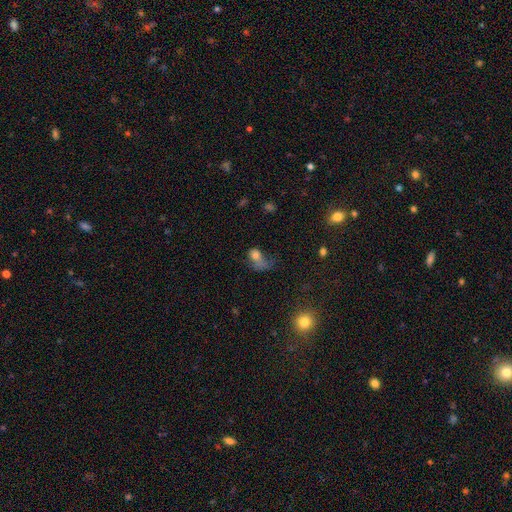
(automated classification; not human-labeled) smooth-or-featured: smooth: 65% | featured or disk: 21% | star or artifact: 14%
  how-rounded: in between: 63% | round: 34% | cigar-shaped: 3%
  merging: major disturbance: 52% | none: 18% | minor disturbance: 16% | merger: 14%